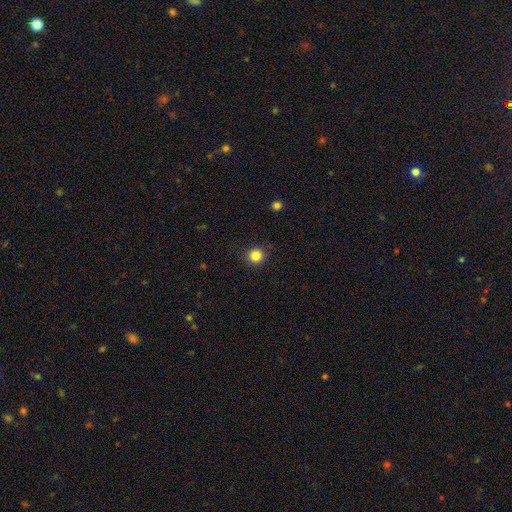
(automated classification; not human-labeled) Smooth or featured?
  - smooth: 84% *
  - star or artifact: 11%
  - featured or disk: 4%
How rounded?
  - round: 93% *
  - in between: 6%
  - cigar-shaped: 1%
Merging?
  - none: 90% *
  - minor disturbance: 7%
  - major disturbance: 2%
  - merger: 1%